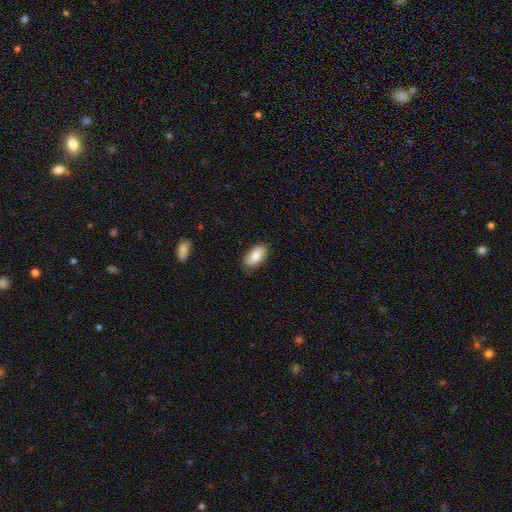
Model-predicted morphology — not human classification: Smooth or featured? smooth (73%)
How rounded? in between (93%)
Merging? none (81%)